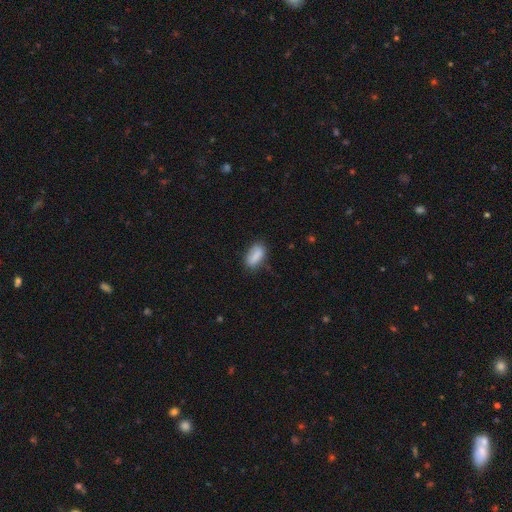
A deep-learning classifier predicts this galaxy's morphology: Q: Smooth or featured?
A: smooth (83%); runner-up: featured or disk (9%)
Q: How rounded?
A: in between (84%); runner-up: cigar-shaped (12%)
Q: Merging?
A: none (70%); runner-up: minor disturbance (22%)